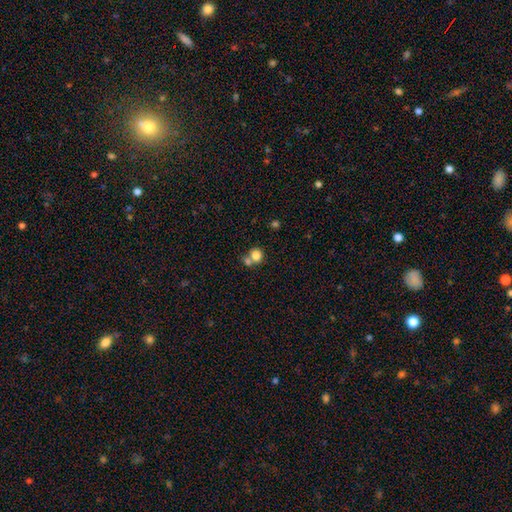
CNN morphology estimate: A smooth galaxy with no disk features (81%) that is round (83%). Merging: none (45%).